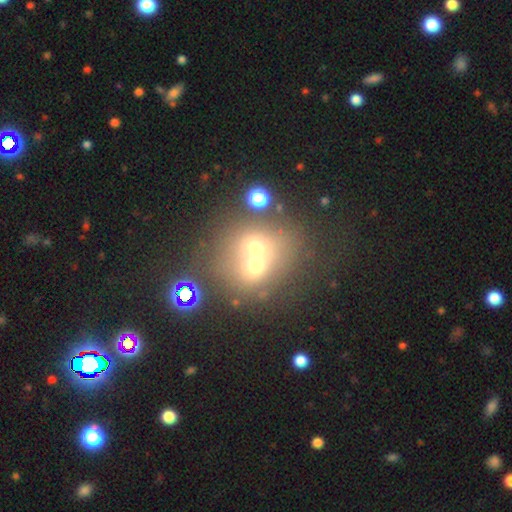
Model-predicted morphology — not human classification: smooth-or-featured: smooth: 54% | featured or disk: 25% | star or artifact: 21%
  how-rounded: round: 76% | in between: 23% | cigar-shaped: 1%
  merging: merger: 59% | none: 30% | minor disturbance: 7% | major disturbance: 5%